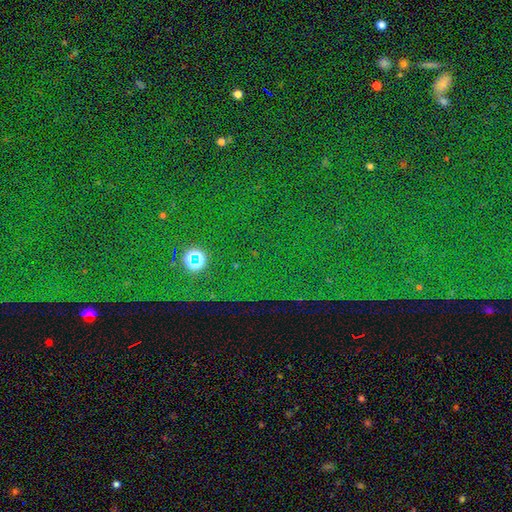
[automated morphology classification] Q: Smooth or featured?
A: star or artifact (84%); runner-up: smooth (8%)